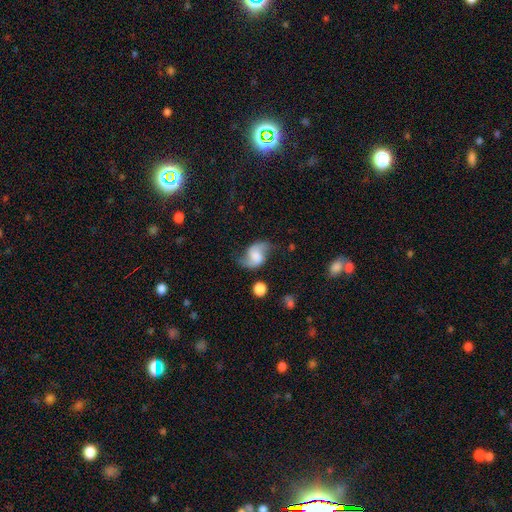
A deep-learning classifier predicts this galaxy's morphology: This appears to be a featured or disk galaxy (67%) with no bar (49%), 2 (91%) loose (66%) spiral arms (92%) and no central bulge (28%). Merging: none (65%).